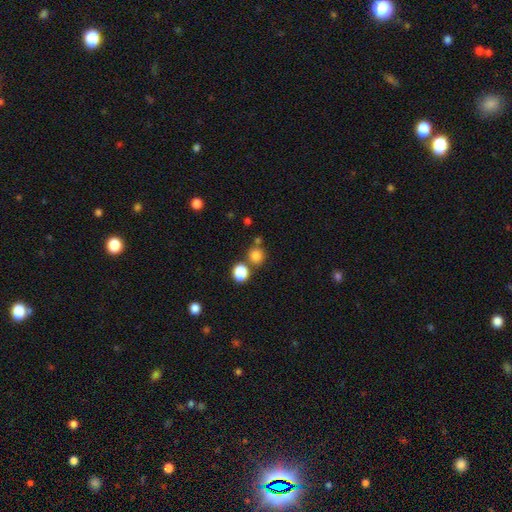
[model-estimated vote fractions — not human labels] The model was most divided on "merging": none: 71%, merger: 17%, minor disturbance: 8%, major disturbance: 3%. More confident: how rounded — round (88%); smooth or featured — smooth (81%).